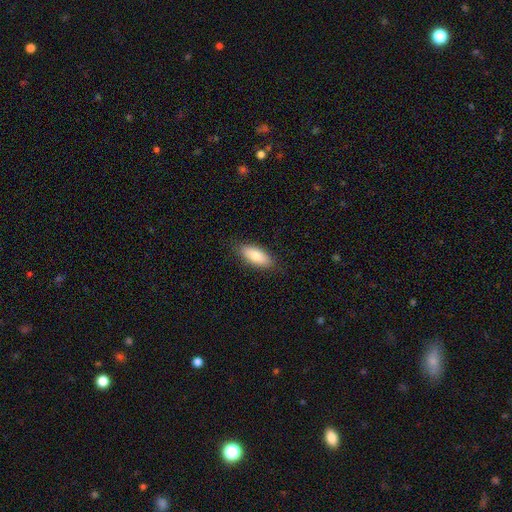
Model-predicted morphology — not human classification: This appears to be a smooth galaxy with no disk features (82%) that is in between round and cigar-shaped (82%). Merging: none (86%).